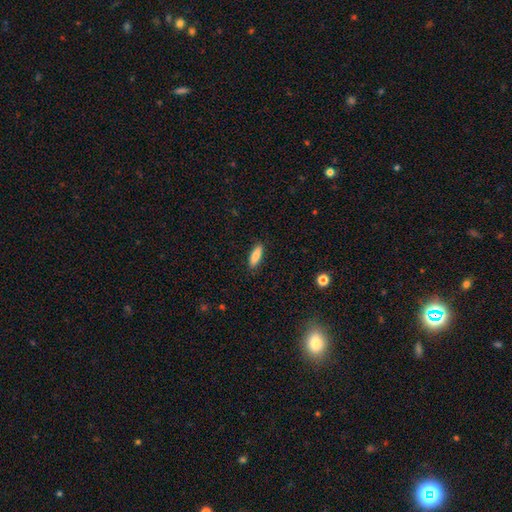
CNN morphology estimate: This appears to be a smooth galaxy with no disk features (84%) that is in between round and cigar-shaped (52%). Merging: none (88%).